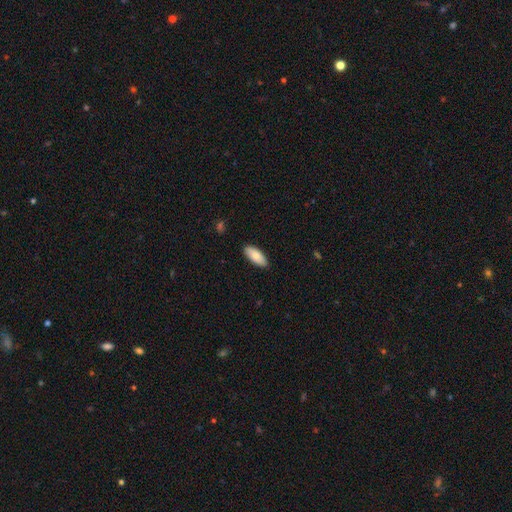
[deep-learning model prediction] Smooth or featured: smooth — 82% (featured or disk — 12%)
How rounded: in between — 84% (cigar-shaped — 15%)
Merging: none — 88% (minor disturbance — 10%)